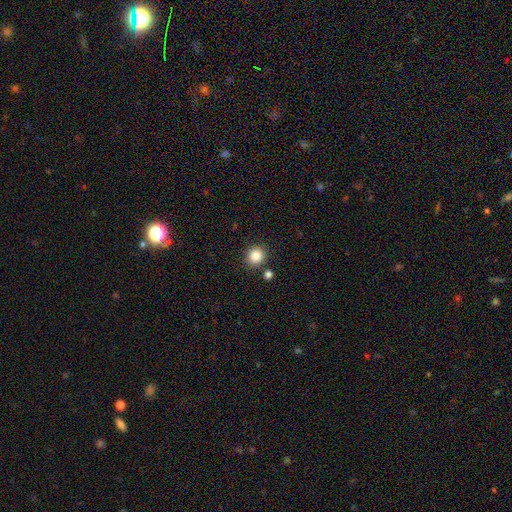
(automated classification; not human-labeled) The model was most divided on "smooth or featured": smooth: 85%, star or artifact: 11%, featured or disk: 5%. More confident: how rounded — round (88%); merging — none (85%).